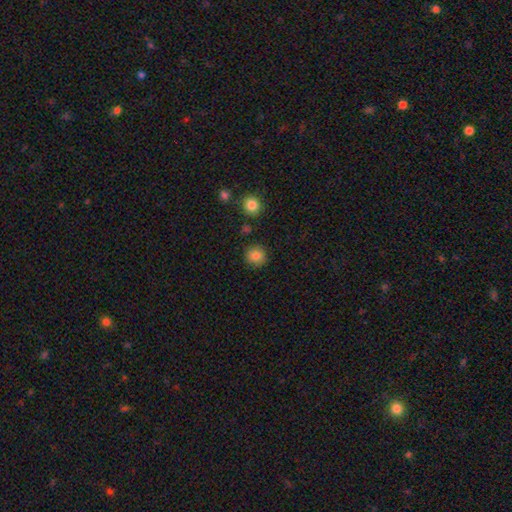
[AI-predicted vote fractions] The model was most divided on "smooth or featured": smooth: 85%, star or artifact: 10%, featured or disk: 5%. More confident: how rounded — round (91%); merging — none (88%).